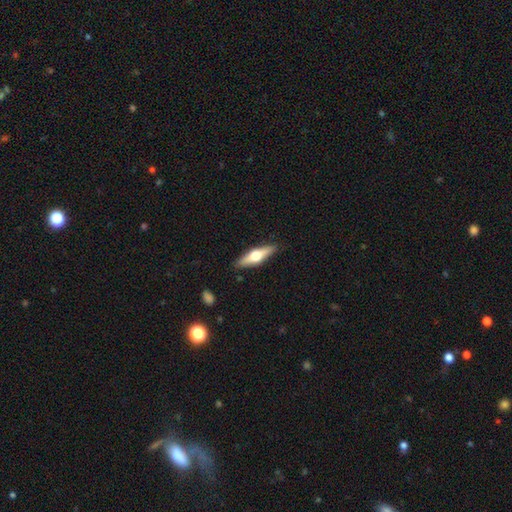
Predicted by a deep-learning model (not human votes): featured or disk 57%, smooth 38%, star or artifact 6%. Down the decision tree: edge-on disk — yes (94%); edge-on bulge — rounded (95%); merging — none (89%).